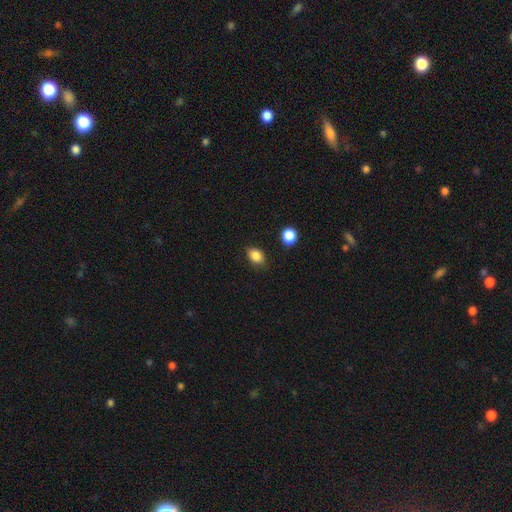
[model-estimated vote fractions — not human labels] A smooth galaxy with no disk features (86%) that is in between round and cigar-shaped (70%).

Vote fractions:
- Smooth or featured? smooth: 86% / star or artifact: 10% / featured or disk: 5%
- How rounded? in between: 70% / round: 28% / cigar-shaped: 1%
- Merging? none: 81% / minor disturbance: 14% / major disturbance: 3% / merger: 2%